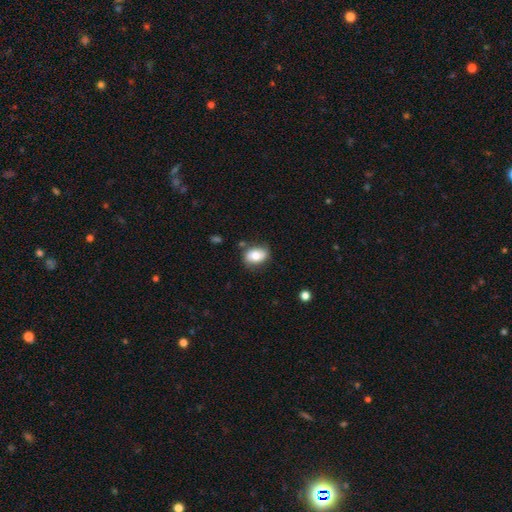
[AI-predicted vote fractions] This appears to be a smooth galaxy with no disk features (72%) that is in between round and cigar-shaped (80%). Merging: none (72%).